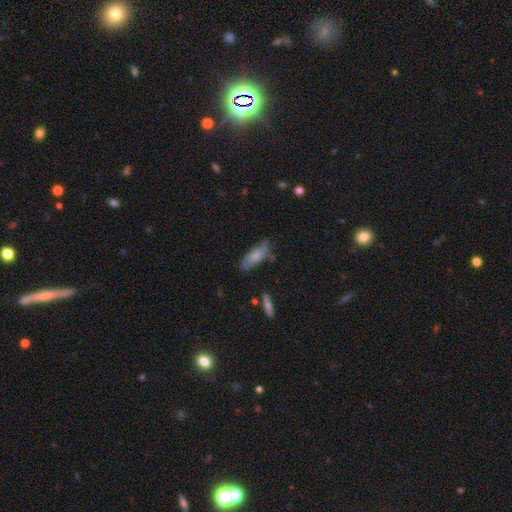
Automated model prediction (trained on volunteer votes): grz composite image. It shows a smooth galaxy with no disk features (74%) that is in between round and cigar-shaped (66%). Merging: none (66%).